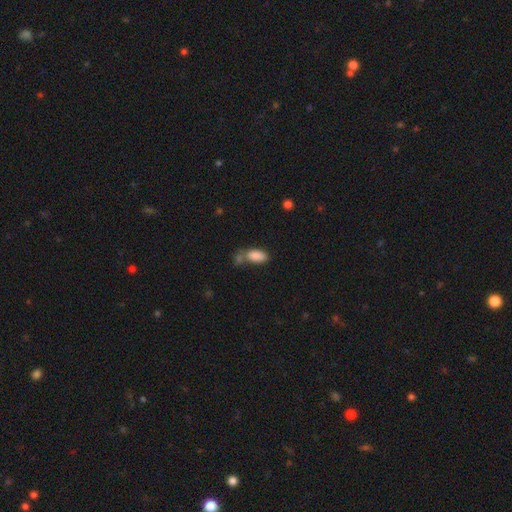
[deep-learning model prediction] Morphology: type=smooth (86%); roundness=in between (90%); merging=none (42%).